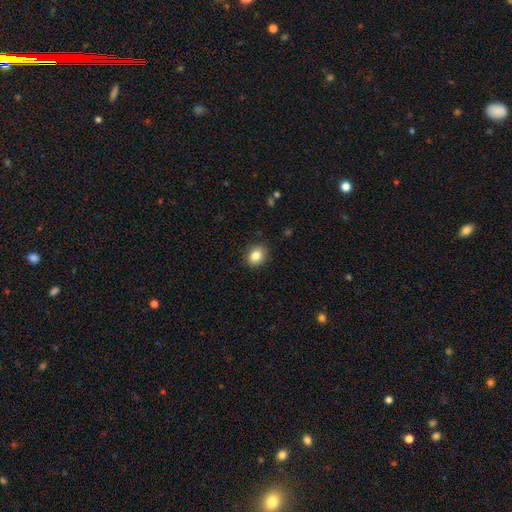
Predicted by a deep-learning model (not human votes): Q: Smooth or featured?
A: smooth (85%); runner-up: star or artifact (9%)
Q: How rounded?
A: round (52%); runner-up: in between (47%)
Q: Merging?
A: none (88%); runner-up: minor disturbance (8%)